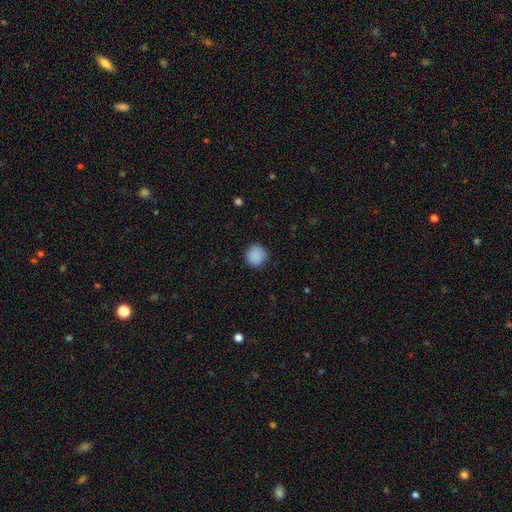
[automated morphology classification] Q: Smooth or featured?
A: smooth (88%); runner-up: star or artifact (8%)
Q: How rounded?
A: round (93%); runner-up: in between (6%)
Q: Merging?
A: none (85%); runner-up: minor disturbance (11%)